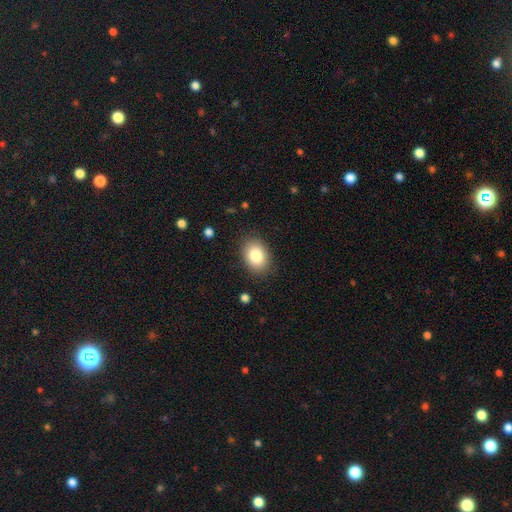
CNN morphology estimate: smooth 84%, featured or disk 8%, star or artifact 8%. Down the decision tree: how rounded — in between (73%); merging — none (86%).